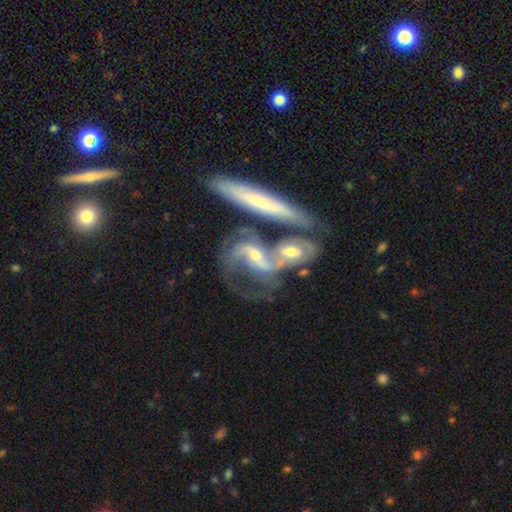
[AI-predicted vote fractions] A featured or disk galaxy (82%) with a weak bar (41%), 2 (76%) medium (42%, tied with loose) spiral arms (91%) and a moderate central bulge (47%).

Vote fractions:
- Smooth or featured? featured or disk: 82% / smooth: 12% / star or artifact: 6%
- Edge-on disk? no: 85% / yes: 15%
- Bar? weak: 41% / no: 37% / strong: 22%
- Spiral arms? yes: 91% / no: 9%
- Spiral winding? medium: 42% (tied) / loose: 42% (tied) / tight: 16%
- Spiral arm count? 2: 76% / can't tell: 12% / 3: 4% / 1: 3% / 4: 2% / more than 4: 2%
- Bulge size? moderate: 47% / small: 46% / none: 3% / large: 3% / dominant: 1%
- Merging? merger: 49% / none: 27% / minor disturbance: 13% / major disturbance: 10%